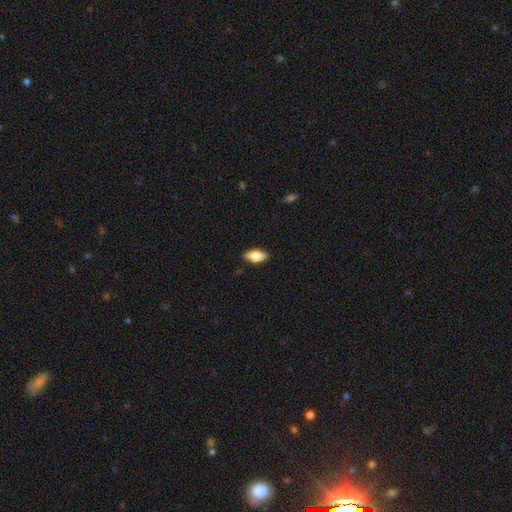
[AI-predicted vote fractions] smooth_or_featured: smooth (p=0.74) [alt: featured or disk p=0.20]
how_rounded: in between (p=0.84) [alt: cigar-shaped p=0.13]
merging: none (p=0.88) [alt: minor disturbance p=0.09]